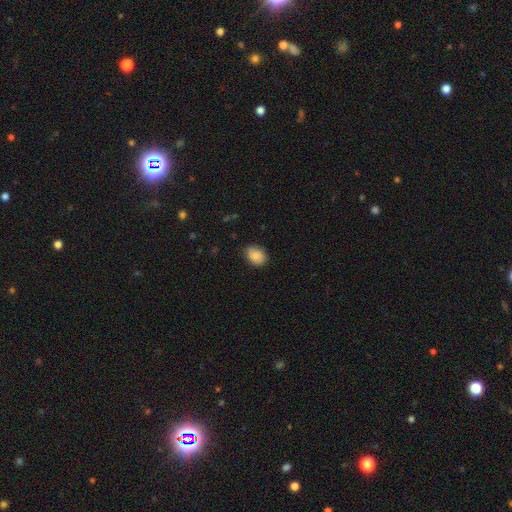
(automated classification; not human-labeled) The model was most divided on "how rounded": in between: 75%, round: 24%, cigar-shaped: 1%. More confident: smooth or featured — smooth (89%); merging — none (81%).